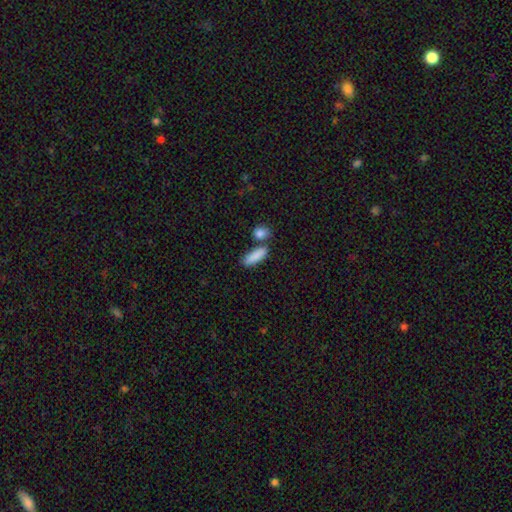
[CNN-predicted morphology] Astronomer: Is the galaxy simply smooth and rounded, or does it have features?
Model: smooth — 88%.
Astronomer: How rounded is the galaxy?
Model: in between — 57% (runner-up: cigar-shaped, 39%).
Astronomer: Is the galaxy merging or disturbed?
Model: none — 68%.